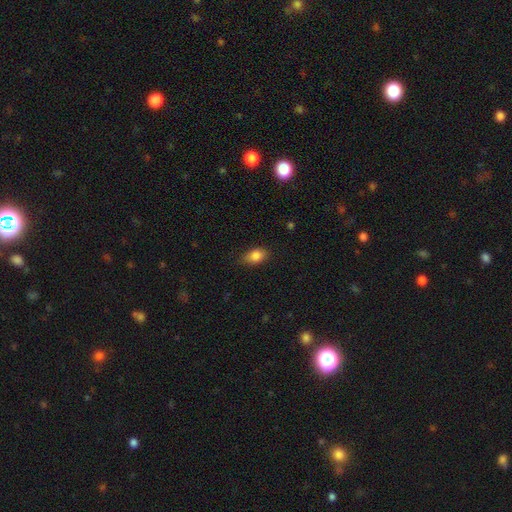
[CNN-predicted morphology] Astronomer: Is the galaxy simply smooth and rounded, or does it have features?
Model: smooth — 85%.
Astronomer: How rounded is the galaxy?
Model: in between — 83%.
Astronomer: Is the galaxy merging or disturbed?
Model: none — 78%.